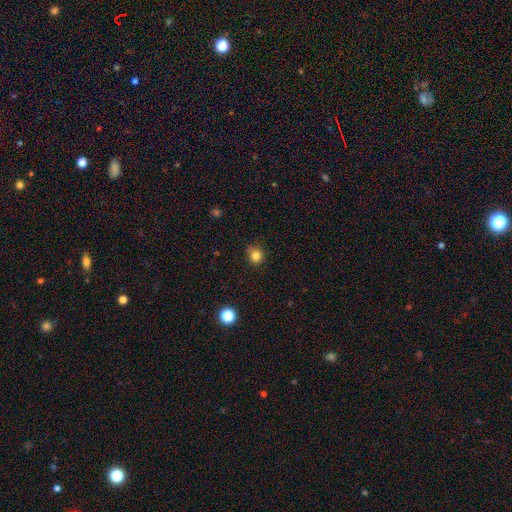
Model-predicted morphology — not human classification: smooth_or_featured: smooth (p=0.83) [alt: star or artifact p=0.13]
how_rounded: round (p=0.86) [alt: in between p=0.14]
merging: none (p=0.81) [alt: minor disturbance p=0.14]